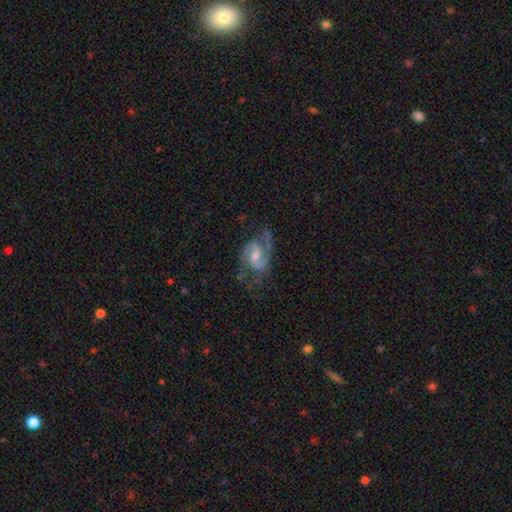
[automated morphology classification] The model was most divided on "bulge size": moderate: 51%, small: 35%, none: 7%, large: 5%, dominant: 1%. More confident: edge-on disk — no (98%); spiral arms — yes (97%); spiral arm count — 2 (88%); smooth or featured — featured or disk (88%); merging — none (65%); spiral winding — medium (57%); bar — weak (52%).